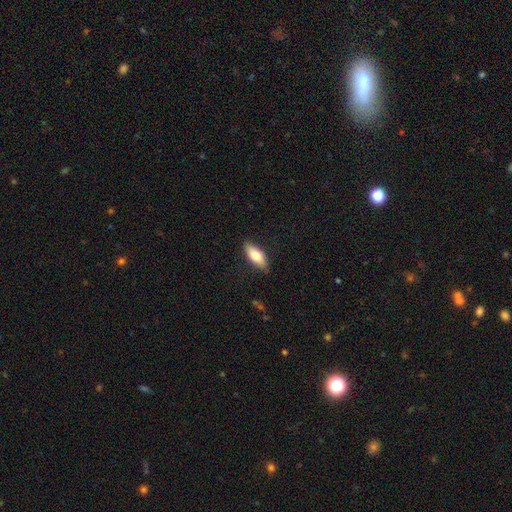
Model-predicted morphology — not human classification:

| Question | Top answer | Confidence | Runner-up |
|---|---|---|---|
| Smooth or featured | smooth | 76% | featured or disk (18%) |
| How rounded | in between | 77% | cigar-shaped (21%) |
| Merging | none | 84% | minor disturbance (13%) |